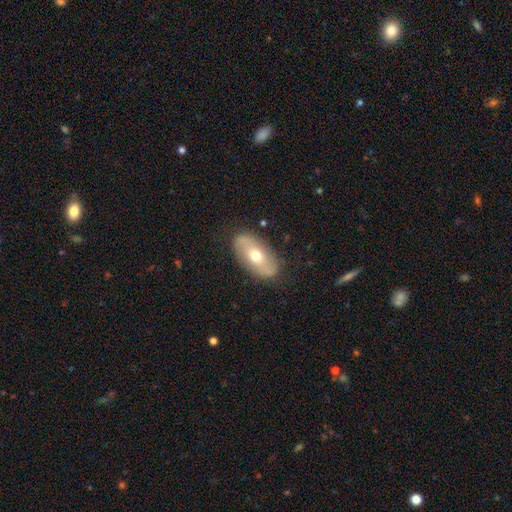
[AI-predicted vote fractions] The model was most divided on "smooth or featured": featured or disk: 56%, smooth: 37%, star or artifact: 7%. More confident: edge-on disk — no (87%); merging — none (83%).